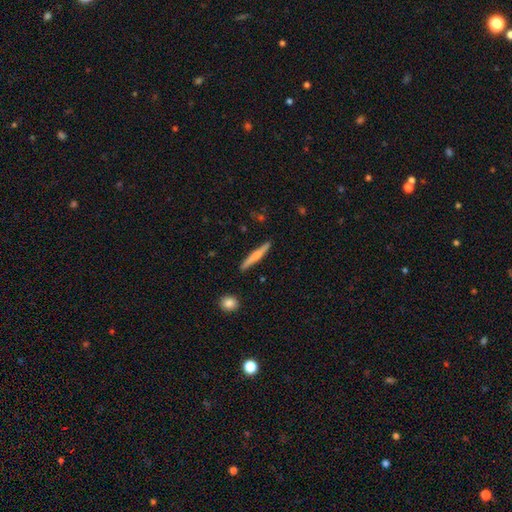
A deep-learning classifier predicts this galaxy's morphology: type=smooth (49%); merging=none (89%).